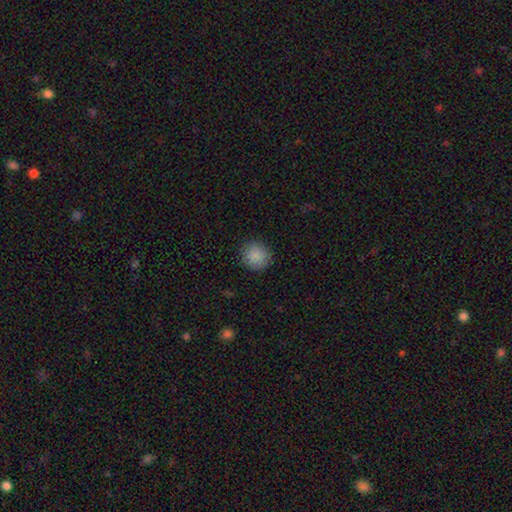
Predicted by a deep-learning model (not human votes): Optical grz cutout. It shows a smooth galaxy with no disk features (88%) that is round (91%). Merging: none (88%).